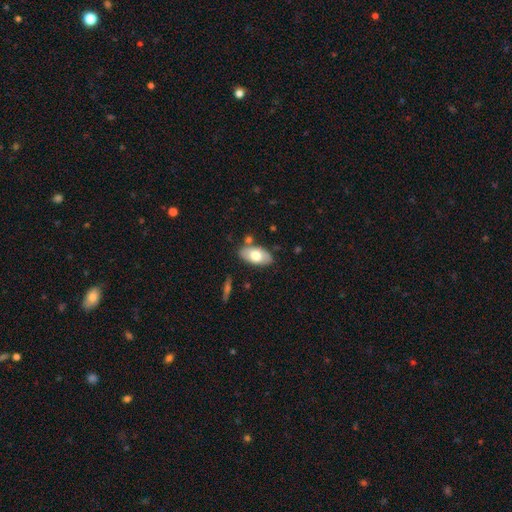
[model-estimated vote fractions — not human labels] Smooth or featured: smooth — 67% (featured or disk — 27%)
How rounded: in between — 94% (round — 3%)
Merging: none — 77% (minor disturbance — 14%)